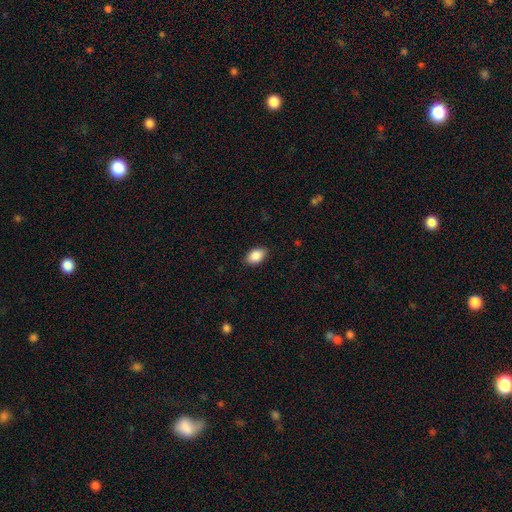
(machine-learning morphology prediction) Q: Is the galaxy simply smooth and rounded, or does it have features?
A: smooth — 89%.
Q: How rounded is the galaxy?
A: in between — 89%.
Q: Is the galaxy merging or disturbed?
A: none — 88%.